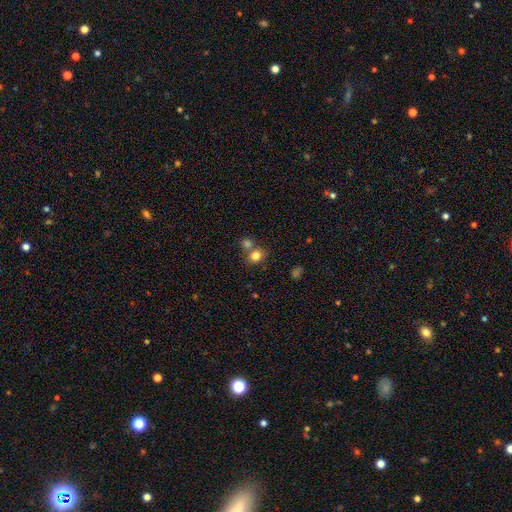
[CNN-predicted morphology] smooth-or-featured: smooth: 81% | star or artifact: 11% | featured or disk: 8%
  how-rounded: round: 59% | in between: 40% | cigar-shaped: 1%
  merging: none: 55% | merger: 31% | minor disturbance: 10% | major disturbance: 4%